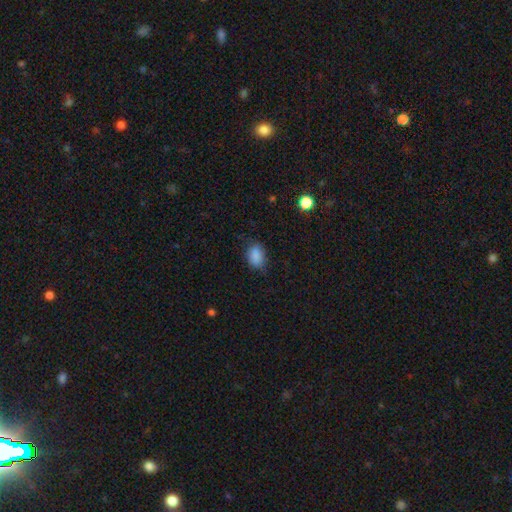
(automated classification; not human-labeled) smooth-or-featured: smooth: 87% | star or artifact: 9% | featured or disk: 5%
  how-rounded: in between: 77% | round: 22% | cigar-shaped: 1%
  merging: none: 74% | minor disturbance: 20% | major disturbance: 5% | merger: 1%